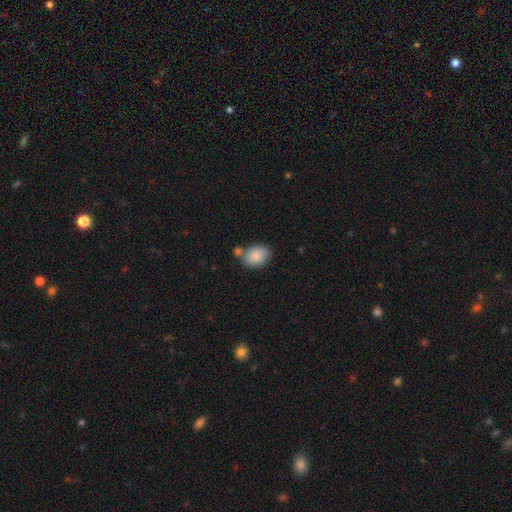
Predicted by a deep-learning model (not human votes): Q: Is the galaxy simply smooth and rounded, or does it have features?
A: smooth — 86%.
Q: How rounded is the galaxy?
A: in between — 65%.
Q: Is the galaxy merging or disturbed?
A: none — 59%.